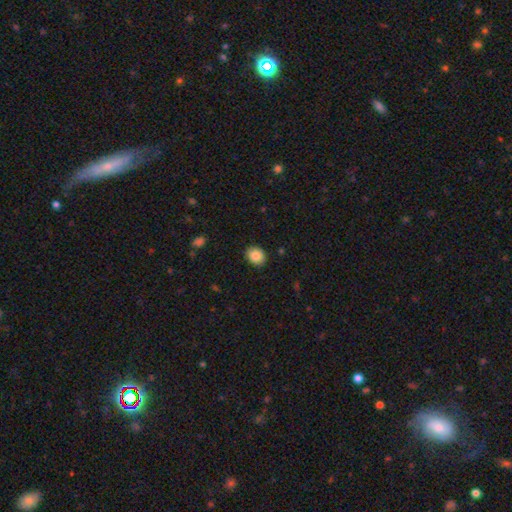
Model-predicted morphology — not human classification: smooth 87%, star or artifact 8%, featured or disk 5%. Down the decision tree: how rounded — round (50%); merging — none (88%).